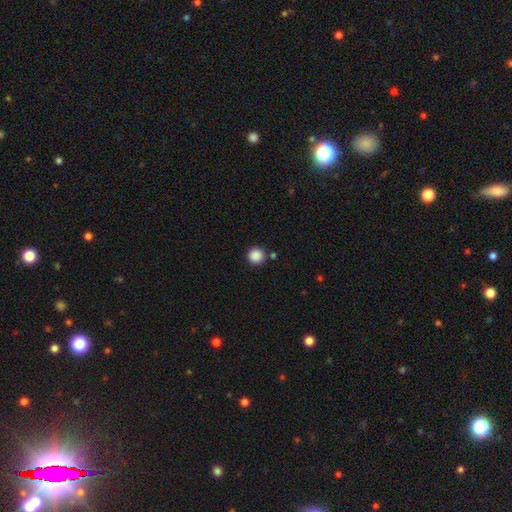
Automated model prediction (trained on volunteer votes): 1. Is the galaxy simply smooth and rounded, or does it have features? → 88% smooth, 10% star or artifact, 3% featured or disk.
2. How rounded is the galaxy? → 95% round, 4% in between, 1% cigar-shaped.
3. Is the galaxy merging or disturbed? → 86% none, 7% minor disturbance, 5% merger, 2% major disturbance.